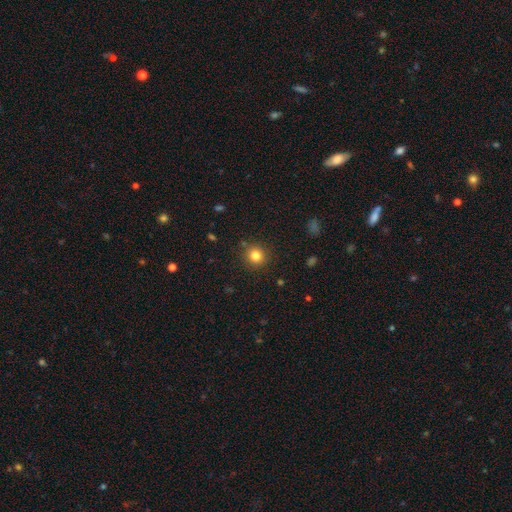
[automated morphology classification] A smooth galaxy with no disk features (81%) that is round (92%).

Vote fractions:
- Smooth or featured? smooth: 81% / star or artifact: 13% / featured or disk: 6%
- How rounded? round: 92% / in between: 7% / cigar-shaped: 1%
- Merging? none: 88% / minor disturbance: 8% / major disturbance: 3% / merger: 2%